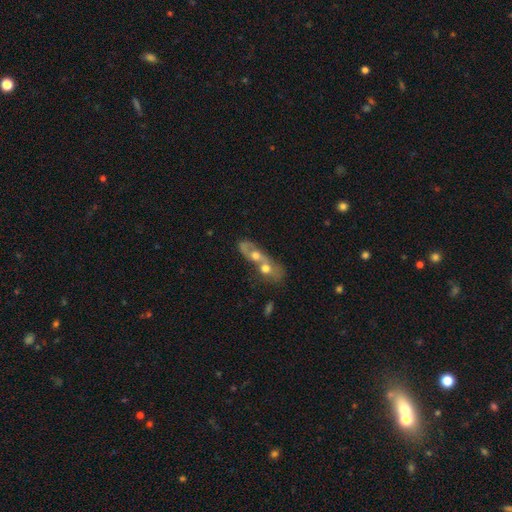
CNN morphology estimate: smooth-or-featured: featured or disk: 46% | smooth: 41% | star or artifact: 13%
  merging: merger: 64% | none: 21% | minor disturbance: 8% | major disturbance: 7%